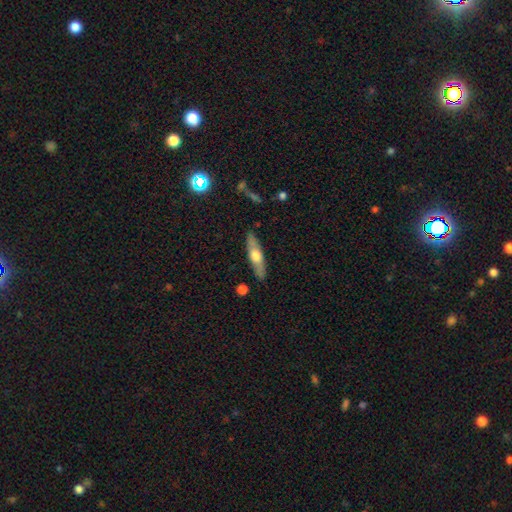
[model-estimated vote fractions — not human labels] smooth 49%, featured or disk 46%, star or artifact 5%. Down the decision tree: merging — none (88%).